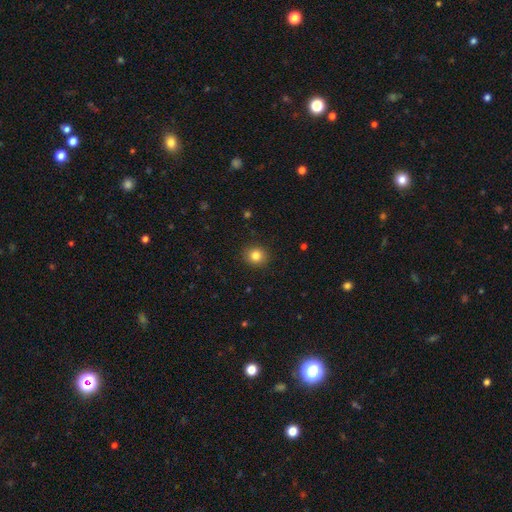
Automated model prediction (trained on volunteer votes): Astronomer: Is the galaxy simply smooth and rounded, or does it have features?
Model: smooth — 82%.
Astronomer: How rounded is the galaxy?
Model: round — 83%.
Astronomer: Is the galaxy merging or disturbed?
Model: none — 91%.